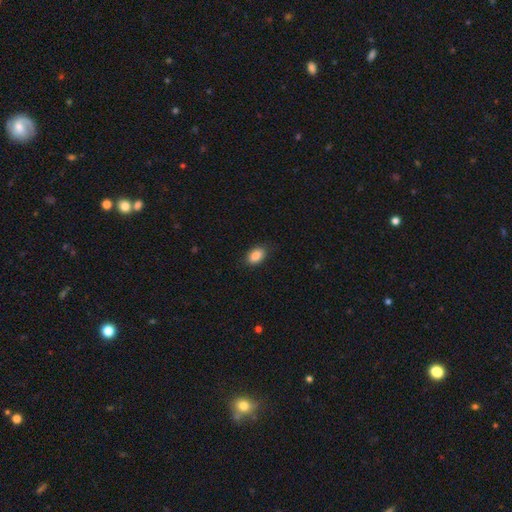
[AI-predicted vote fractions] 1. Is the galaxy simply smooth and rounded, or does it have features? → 88% smooth, 8% star or artifact, 4% featured or disk.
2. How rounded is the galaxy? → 88% in between, 11% round, 1% cigar-shaped.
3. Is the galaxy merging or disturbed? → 86% none, 10% minor disturbance, 2% major disturbance, 1% merger.